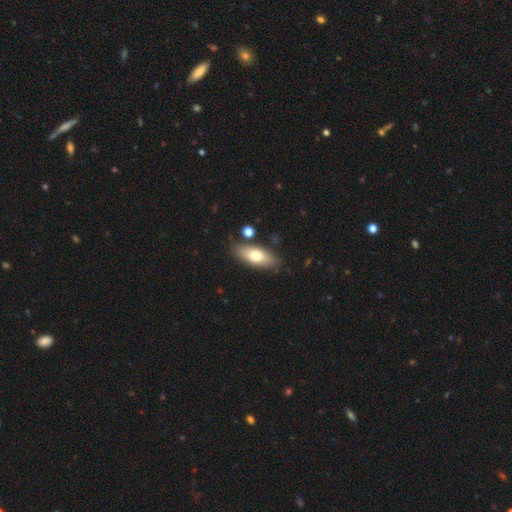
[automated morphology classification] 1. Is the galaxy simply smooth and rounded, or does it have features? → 70% smooth, 24% featured or disk, 6% star or artifact.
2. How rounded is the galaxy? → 75% in between, 22% cigar-shaped, 3% round.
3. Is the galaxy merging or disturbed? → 82% none, 11% minor disturbance, 4% merger, 3% major disturbance.